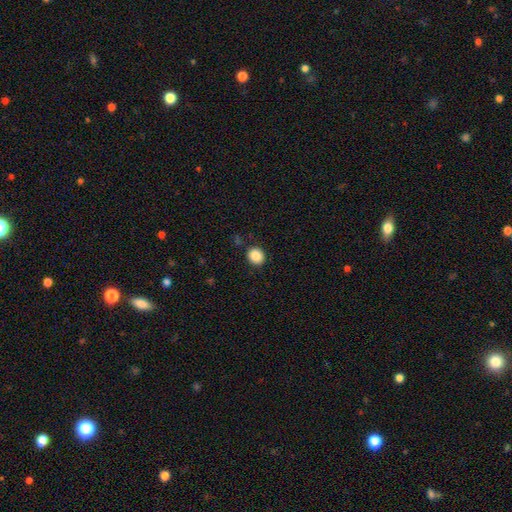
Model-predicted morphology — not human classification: type=smooth (87%); roundness=round (80%); merging=none (89%).